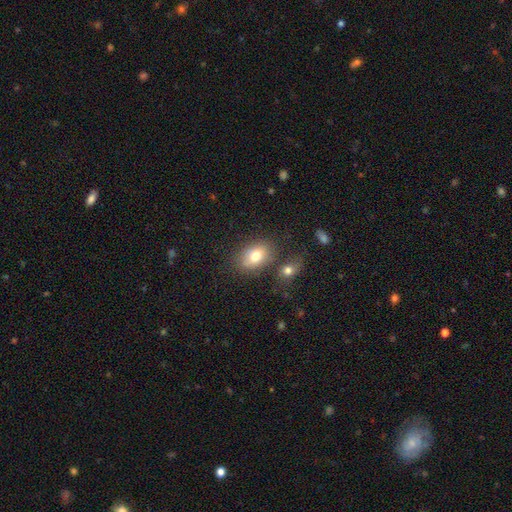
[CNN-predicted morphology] The model was most divided on "merging": none: 69%, minor disturbance: 14%, merger: 12%, major disturbance: 5%. More confident: how rounded — in between (80%); smooth or featured — smooth (74%).